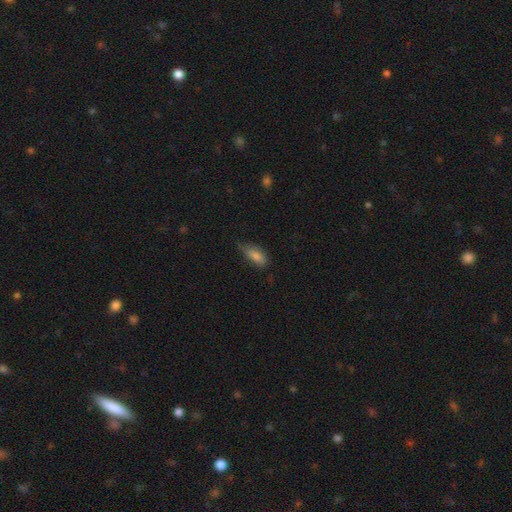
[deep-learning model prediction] smooth-or-featured: smooth: 81% | featured or disk: 11% | star or artifact: 8%
  how-rounded: in between: 77% | cigar-shaped: 21% | round: 3%
  merging: none: 62% | minor disturbance: 31% | major disturbance: 6% | merger: 2%